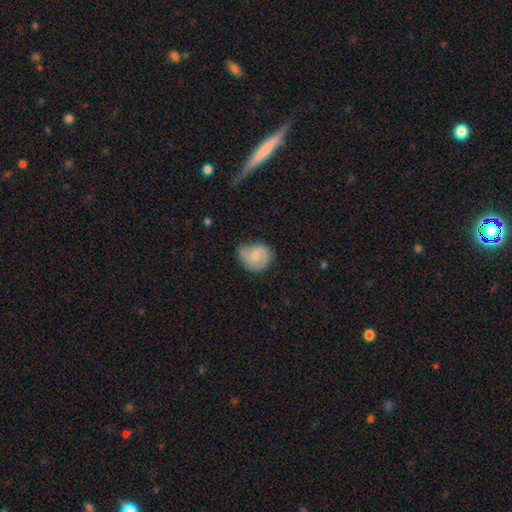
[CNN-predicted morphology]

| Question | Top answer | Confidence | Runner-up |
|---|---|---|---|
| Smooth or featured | featured or disk | 56% | smooth (38%) |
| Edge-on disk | no | 98% | yes (2%) |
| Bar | no | 52% | weak (42%) |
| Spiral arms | yes | 88% | no (12%) |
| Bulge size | small | 50% | moderate (34%) |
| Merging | none | 52% | minor disturbance (33%) |